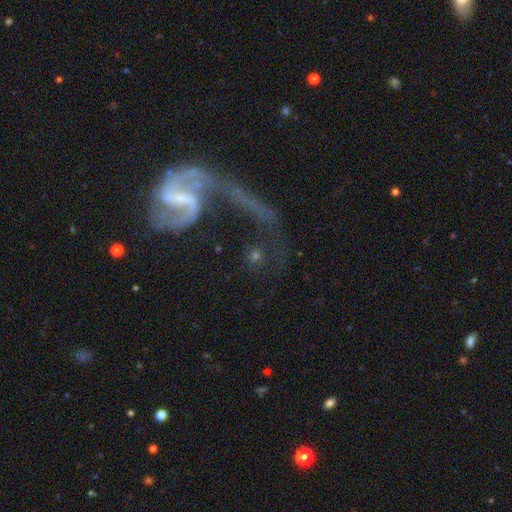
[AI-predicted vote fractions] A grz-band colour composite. It shows a featured or disk galaxy (54%). Merging: none (44%).